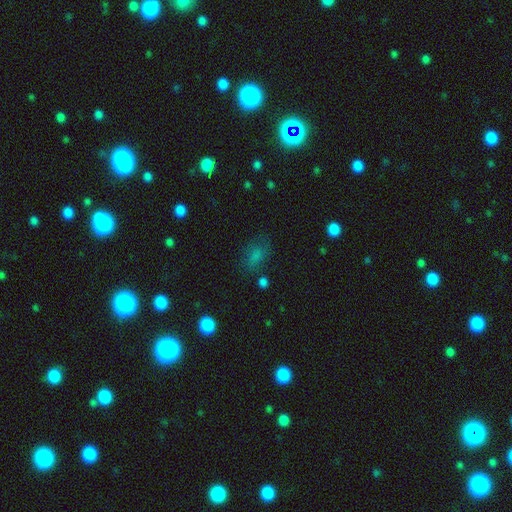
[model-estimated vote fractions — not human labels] smooth_or_featured: smooth (p=0.70) [alt: star or artifact p=0.18]
how_rounded: in between (p=0.80) [alt: round p=0.17]
merging: none (p=0.63) [alt: minor disturbance p=0.21]